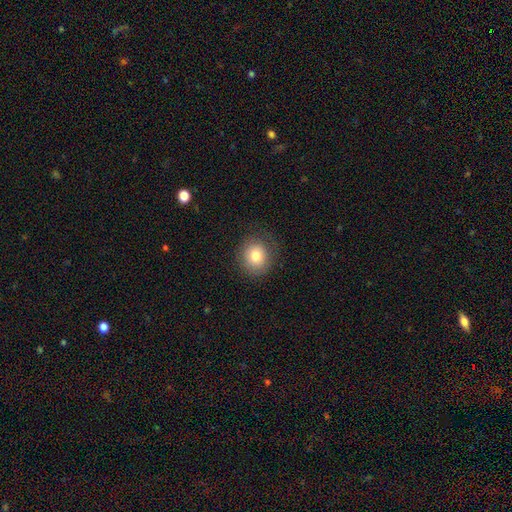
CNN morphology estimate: Smooth or featured? smooth (78%)
How rounded? round (81%)
Merging? none (83%)